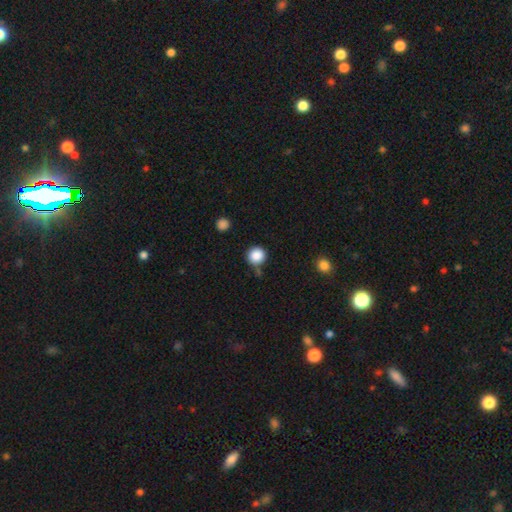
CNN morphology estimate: smooth_or_featured: smooth (p=0.87) [alt: star or artifact p=0.10]
how_rounded: round (p=0.94) [alt: in between p=0.05]
merging: none (p=0.77) [alt: minor disturbance p=0.13]